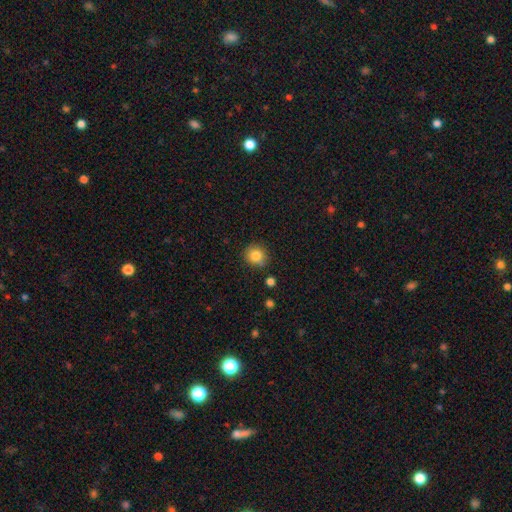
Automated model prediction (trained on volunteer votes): smooth-or-featured: smooth: 84% | star or artifact: 10% | featured or disk: 6%
  how-rounded: round: 87% | in between: 12% | cigar-shaped: 1%
  merging: none: 83% | minor disturbance: 11% | merger: 3% | major disturbance: 3%